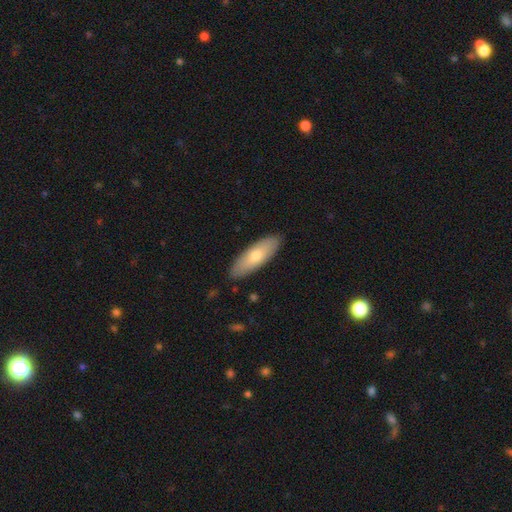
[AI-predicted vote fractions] A smooth galaxy with no disk features (69%) that is in between round and cigar-shaped (62%). Merging: none (88%).